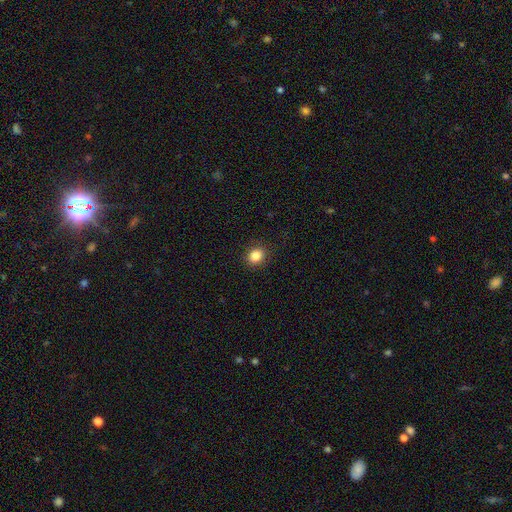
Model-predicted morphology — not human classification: The model was most divided on "how rounded": round: 66%, in between: 33%, cigar-shaped: 1%. More confident: merging — none (89%); smooth or featured — smooth (85%).